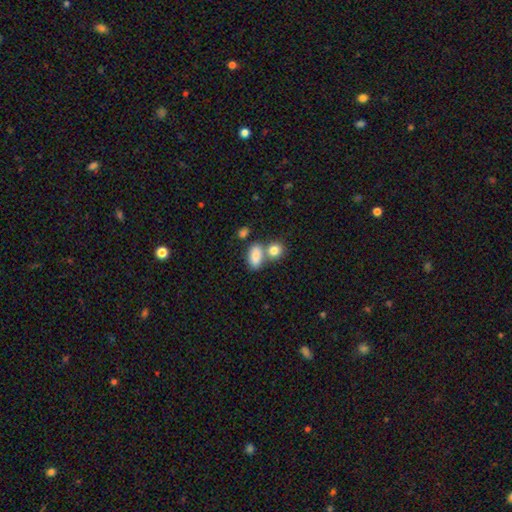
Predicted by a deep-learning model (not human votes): Smooth or featured? Predicted: smooth (p=0.84). How rounded? Predicted: in between (p=0.86). Merging? Predicted: none (p=0.46).